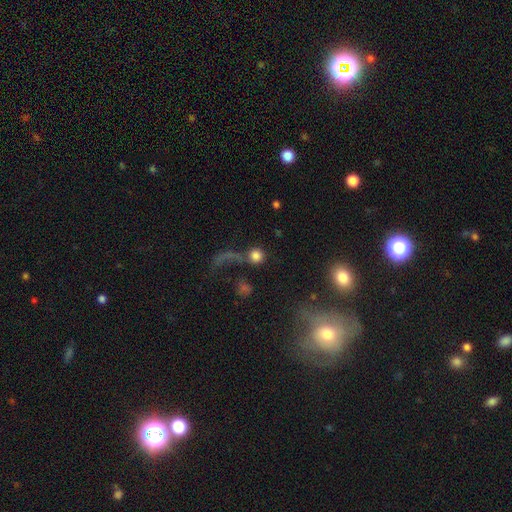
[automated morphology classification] Smooth or featured: smooth — 77% (star or artifact — 12%)
How rounded: round — 92% (in between — 7%)
Merging: none — 48% (merger — 21%)